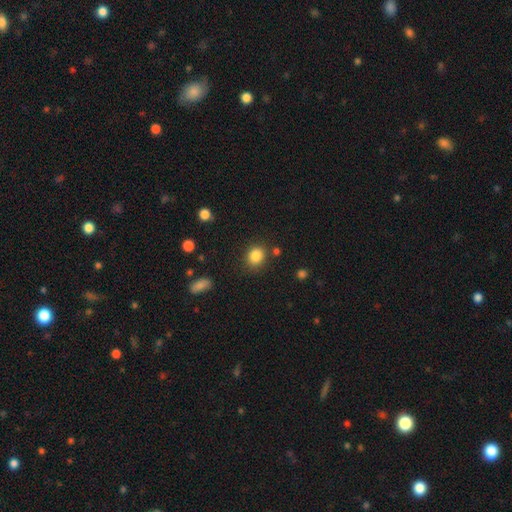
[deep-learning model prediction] smooth 85%, star or artifact 10%, featured or disk 5%. Down the decision tree: how rounded — round (64%); merging — none (80%).